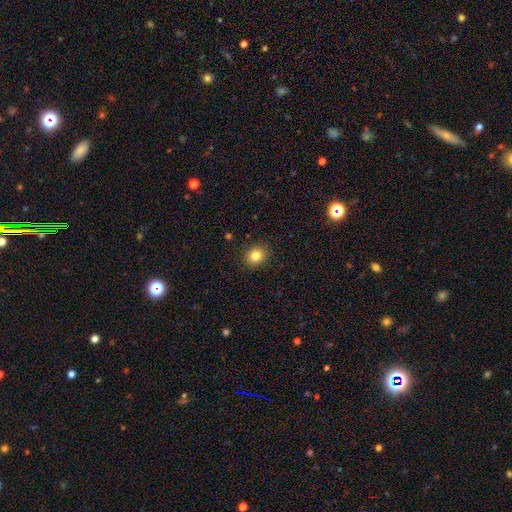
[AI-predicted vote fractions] smooth-or-featured: smooth: 83% | star or artifact: 11% | featured or disk: 6%
  how-rounded: round: 70% | in between: 29% | cigar-shaped: 1%
  merging: none: 90% | minor disturbance: 7% | major disturbance: 2% | merger: 1%